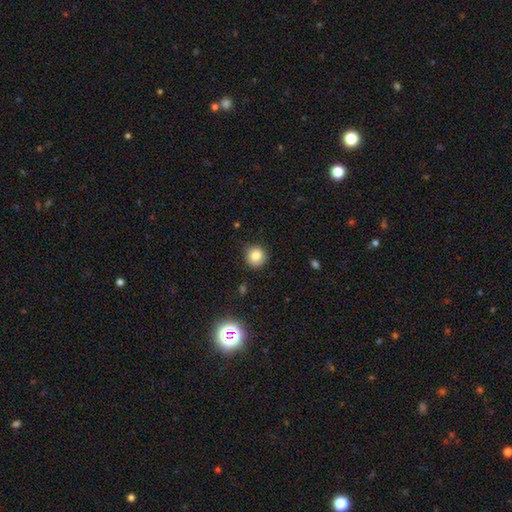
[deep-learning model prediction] Smooth or featured?
  - smooth: 80% *
  - star or artifact: 12%
  - featured or disk: 8%
How rounded?
  - round: 91% *
  - in between: 9%
  - cigar-shaped: 1%
Merging?
  - none: 80% *
  - minor disturbance: 15%
  - major disturbance: 3%
  - merger: 1%